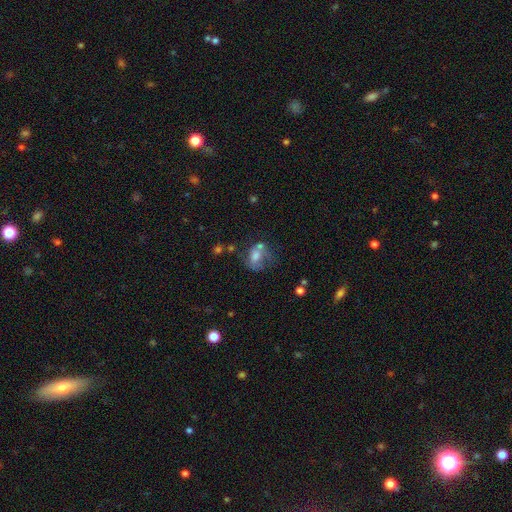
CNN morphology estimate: type=smooth (54%); roundness=in between (59%); merging=none (30%).